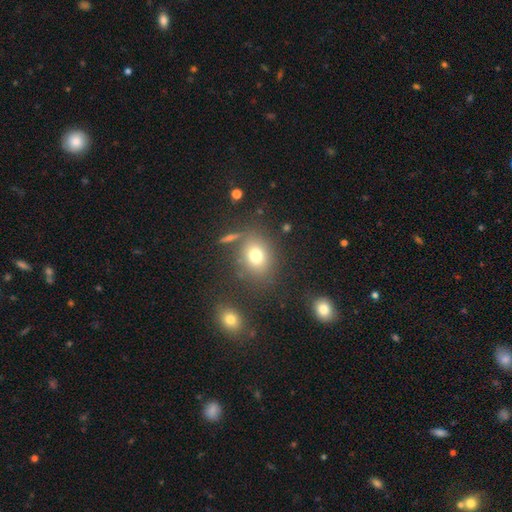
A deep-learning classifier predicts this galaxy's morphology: Q: Smooth or featured?
A: smooth (73%); runner-up: star or artifact (15%)
Q: How rounded?
A: round (57%); runner-up: in between (41%)
Q: Merging?
A: none (76%); runner-up: minor disturbance (11%)